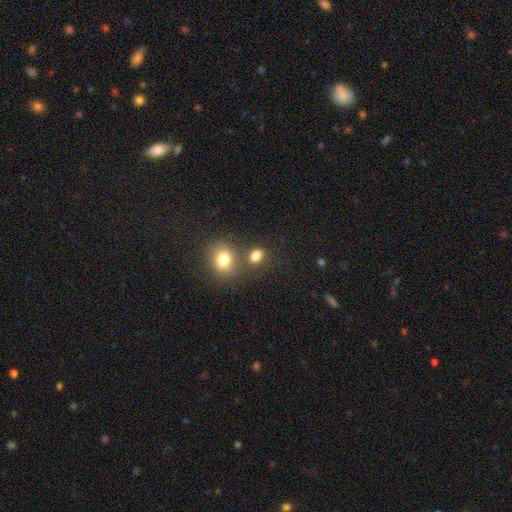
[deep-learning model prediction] This appears to be a smooth galaxy with no disk features (80%) that is in between round and cigar-shaped (55%). Merging: none (58%).